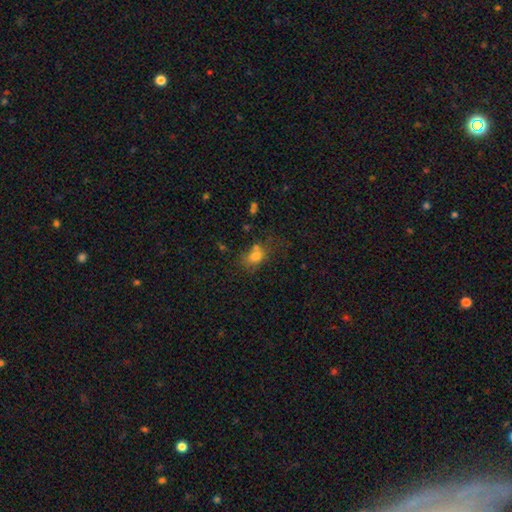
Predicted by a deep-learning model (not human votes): Overall: smooth (74%). How rounded: in between (65%; round 33%). Merging: none (52%; minor disturbance 20%).